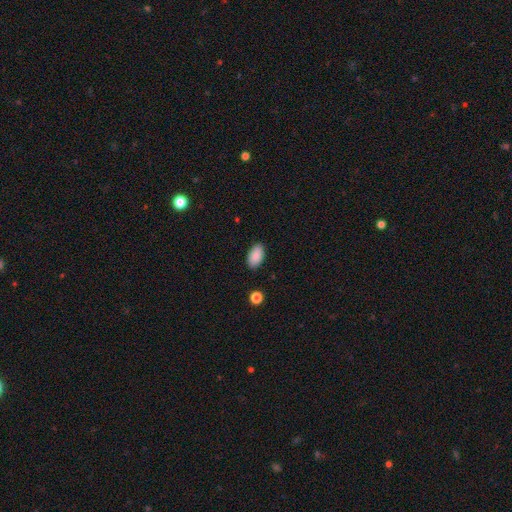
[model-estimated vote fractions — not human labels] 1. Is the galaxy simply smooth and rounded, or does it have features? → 89% smooth, 7% star or artifact, 4% featured or disk.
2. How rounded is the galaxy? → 95% in between, 4% round, 2% cigar-shaped.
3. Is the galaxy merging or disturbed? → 87% none, 9% minor disturbance, 2% major disturbance, 1% merger.